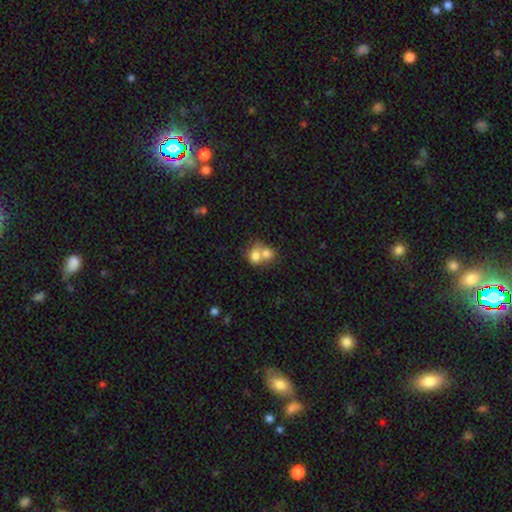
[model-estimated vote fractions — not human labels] The model was most divided on "how rounded": round: 56%, in between: 43%, cigar-shaped: 1%. More confident: smooth or featured — smooth (73%); merging — merger (70%).